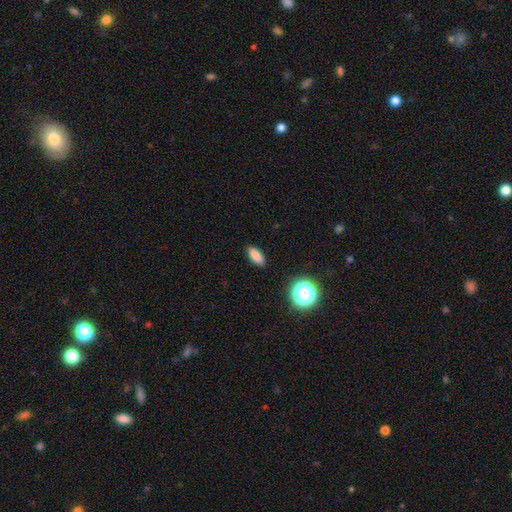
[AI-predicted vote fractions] Smooth or featured? smooth (82%)
How rounded? in between (76%)
Merging? none (89%)